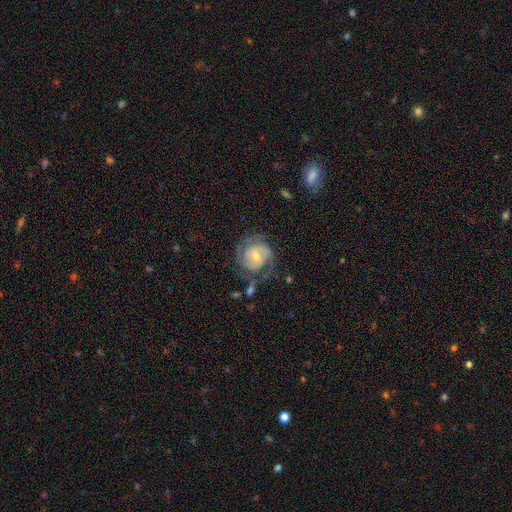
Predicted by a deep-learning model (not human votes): Smooth or featured? Predicted: featured or disk (p=0.81). Edge-on disk? Predicted: no (p=0.98). Bar? Predicted: no (p=0.53). Spiral arms? Predicted: yes (p=0.94). Spiral winding? Predicted: tight (p=0.56). Spiral arm count? Predicted: 2 (p=0.59). Bulge size? Predicted: moderate (p=0.51). Merging? Predicted: none (p=0.65).